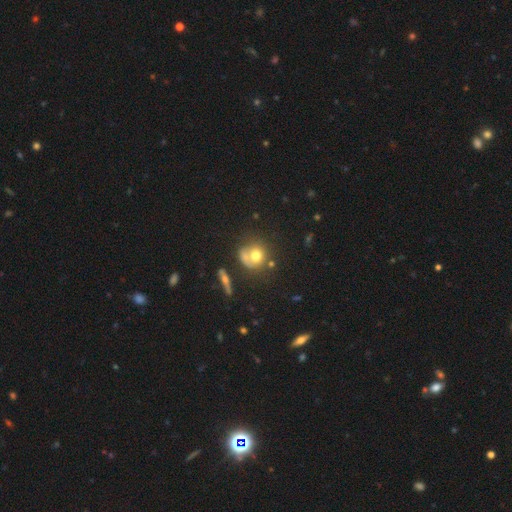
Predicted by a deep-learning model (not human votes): Q: Smooth or featured?
A: smooth (65%); runner-up: featured or disk (23%)
Q: How rounded?
A: round (82%); runner-up: in between (16%)
Q: Merging?
A: none (50%); runner-up: minor disturbance (18%)